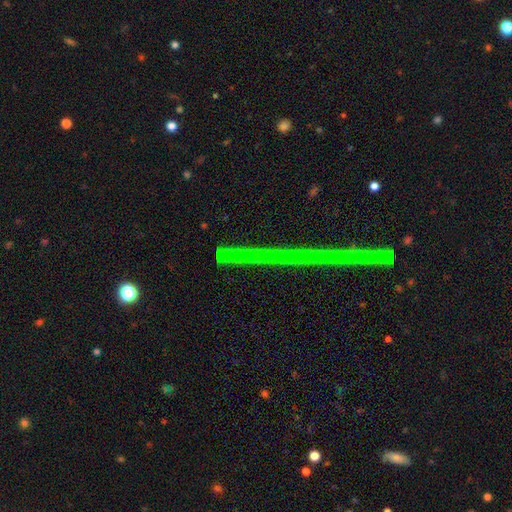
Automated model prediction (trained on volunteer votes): This is likely a star or artifact rather than a galaxy (74%).